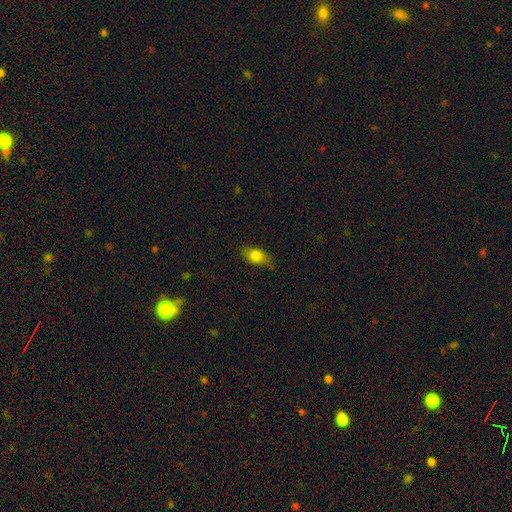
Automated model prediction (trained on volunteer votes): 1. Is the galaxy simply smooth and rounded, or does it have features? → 77% smooth, 14% featured or disk, 9% star or artifact.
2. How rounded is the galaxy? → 81% in between, 12% round, 8% cigar-shaped.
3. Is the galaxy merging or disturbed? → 71% none, 23% minor disturbance, 6% major disturbance, 1% merger.